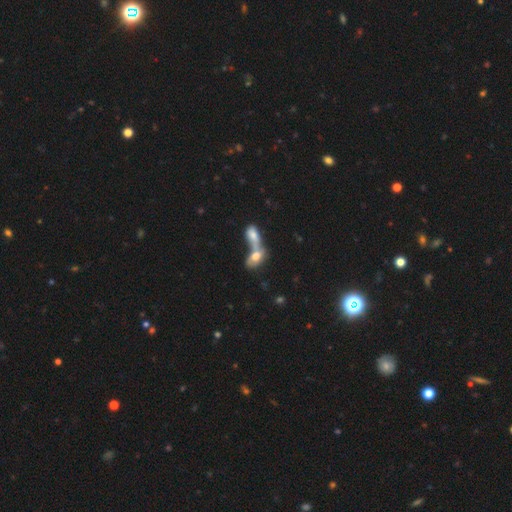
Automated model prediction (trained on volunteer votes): This appears to be a smooth galaxy with no disk features (69%) that is in between round and cigar-shaped (81%). Merging: merger (80%).